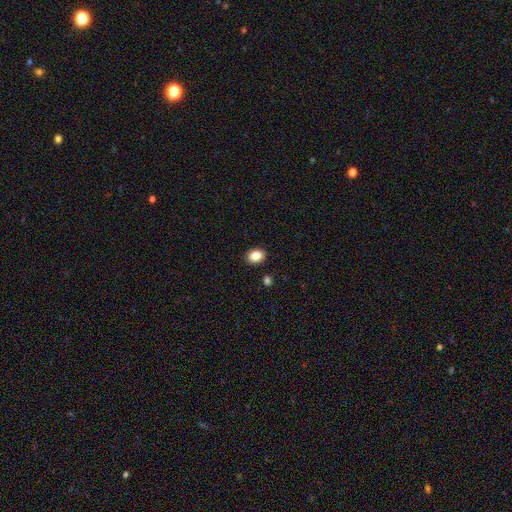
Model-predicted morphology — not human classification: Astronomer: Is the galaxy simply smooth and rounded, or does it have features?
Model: smooth — 86%.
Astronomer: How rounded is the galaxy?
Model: in between — 66%.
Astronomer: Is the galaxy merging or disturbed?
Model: none — 89%.